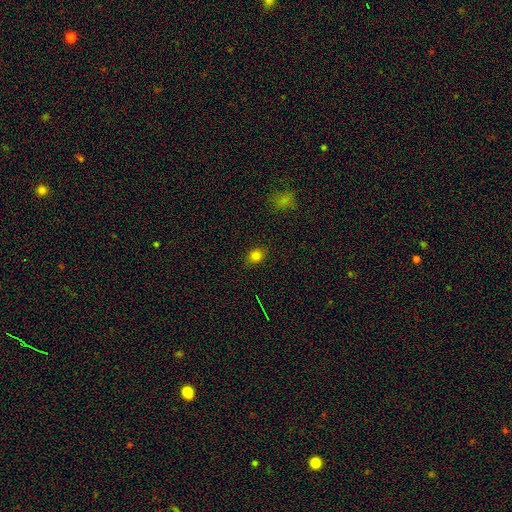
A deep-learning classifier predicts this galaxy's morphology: A smooth galaxy with no disk features (79%) that is round (52%). Merging: none (85%).